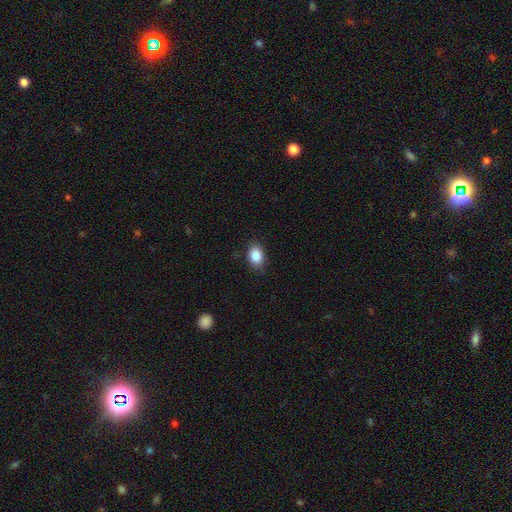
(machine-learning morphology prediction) A smooth galaxy with no disk features (87%) that is in between round and cigar-shaped (76%). Merging: none (85%).